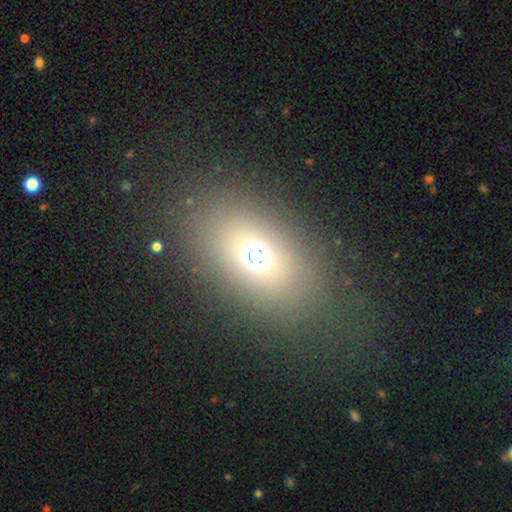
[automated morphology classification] smooth_or_featured: smooth (p=0.65) [alt: star or artifact p=0.21]
how_rounded: in between (p=0.74) [alt: round p=0.23]
merging: none (p=0.81) [alt: minor disturbance p=0.09]